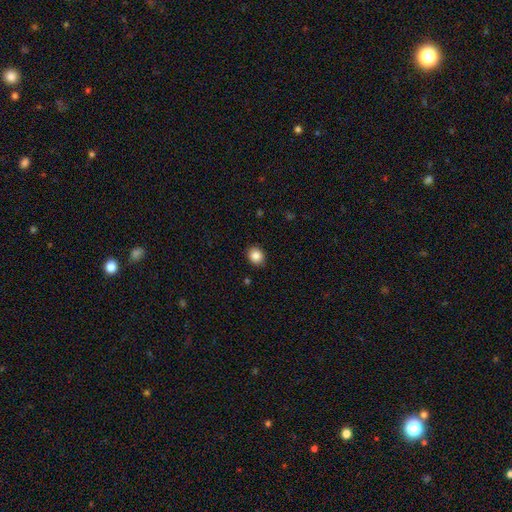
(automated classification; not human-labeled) smooth-or-featured: smooth: 85% | star or artifact: 9% | featured or disk: 5%
  how-rounded: round: 65% | in between: 34% | cigar-shaped: 1%
  merging: none: 90% | minor disturbance: 7% | major disturbance: 2% | merger: 1%